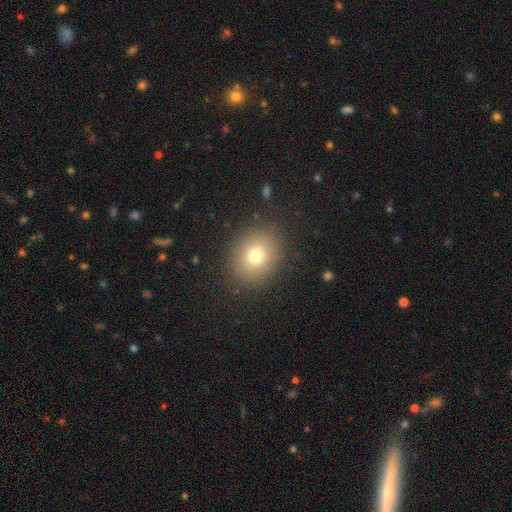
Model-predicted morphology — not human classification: Smooth or featured?
  - smooth: 75% *
  - star or artifact: 13%
  - featured or disk: 12%
How rounded?
  - round: 64% *
  - in between: 35%
  - cigar-shaped: 1%
Merging?
  - none: 88% *
  - minor disturbance: 8%
  - major disturbance: 3%
  - merger: 1%